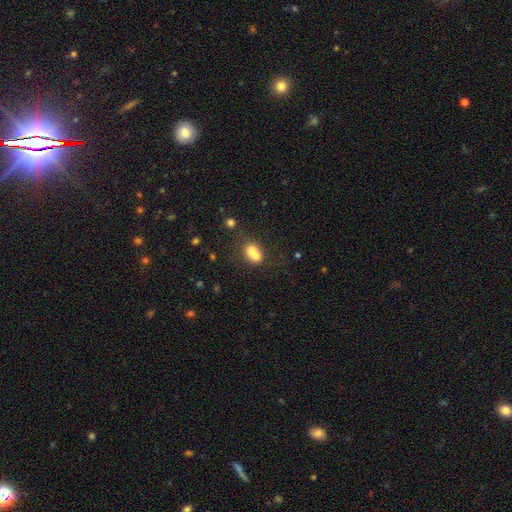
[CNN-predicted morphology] Overall: smooth (67%). How rounded: round (58%; in between 41%). Merging: merger (64%; none 25%).